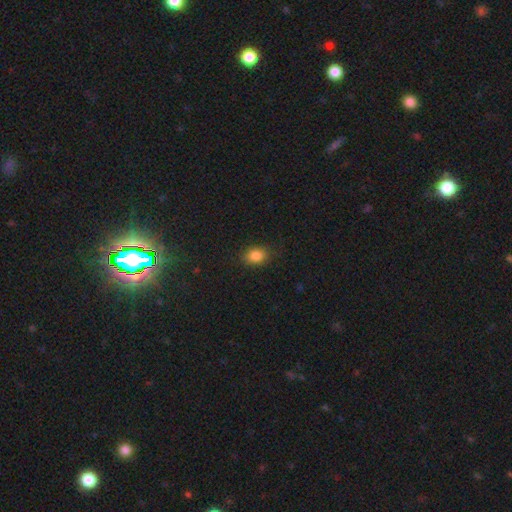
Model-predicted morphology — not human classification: This appears to be a smooth galaxy with no disk features (84%) that is in between round and cigar-shaped (63%). Merging: none (83%).